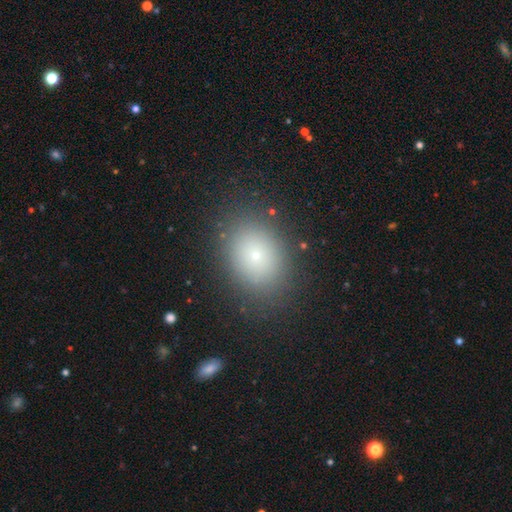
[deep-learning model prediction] smooth_or_featured: smooth (p=0.73) [alt: star or artifact p=0.16]
how_rounded: in between (p=0.59) [alt: round p=0.40]
merging: none (p=0.85) [alt: minor disturbance p=0.09]